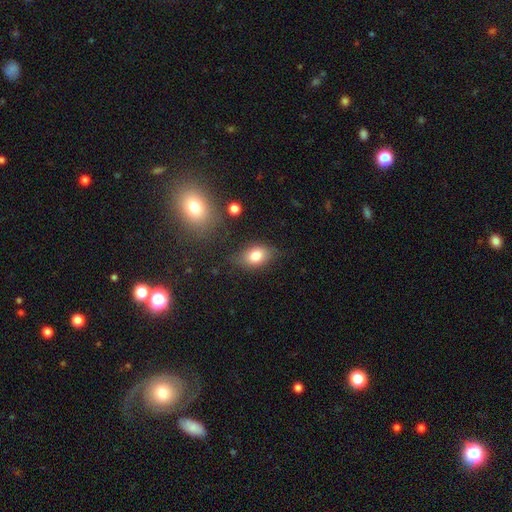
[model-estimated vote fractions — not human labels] This is likely a smooth galaxy (79%). How rounded: likely in between (79%). Merging: likely none (71%).